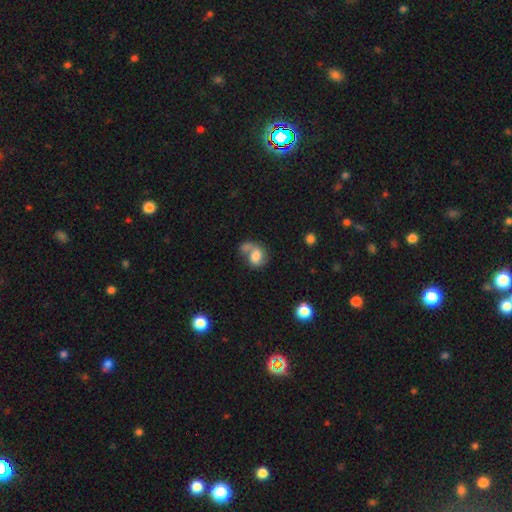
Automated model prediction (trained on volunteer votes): A smooth galaxy with no disk features (60%) that is in between round and cigar-shaped (51%). Merging: merger (45%).